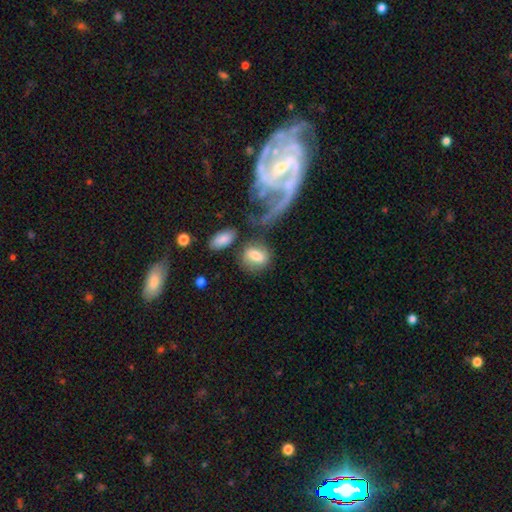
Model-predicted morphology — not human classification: The model was most divided on "how rounded": in between: 55%, round: 42%, cigar-shaped: 3%. More confident: smooth or featured — smooth (68%); merging — none (57%).